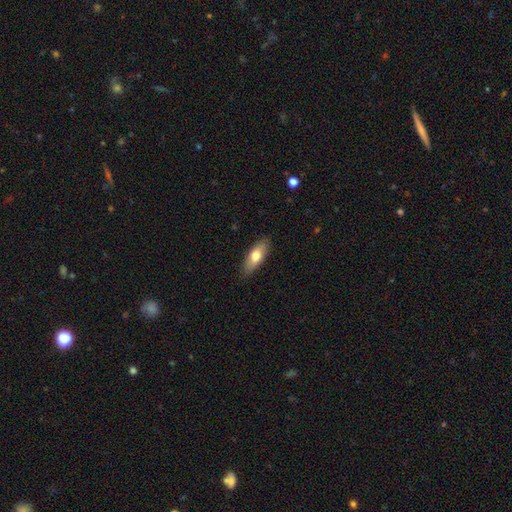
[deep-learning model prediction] Morphology: type=smooth (70%); roundness=in between (71%); merging=none (87%).